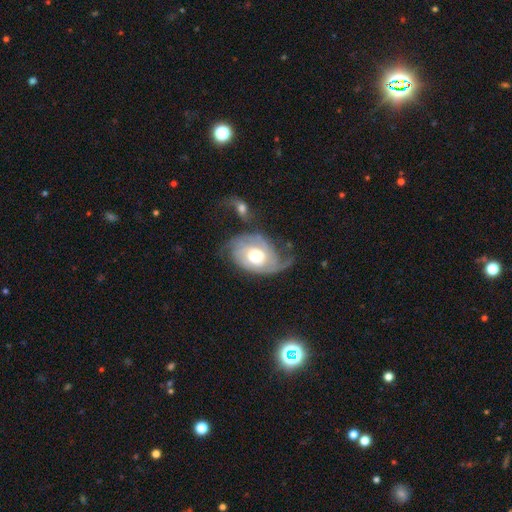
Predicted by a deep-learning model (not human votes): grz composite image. It shows a featured or disk galaxy (78%) with no bar (70%), 2 (40%) tight (47%) spiral arms (89%) and a moderate central bulge (61%). Merging: none (38%).